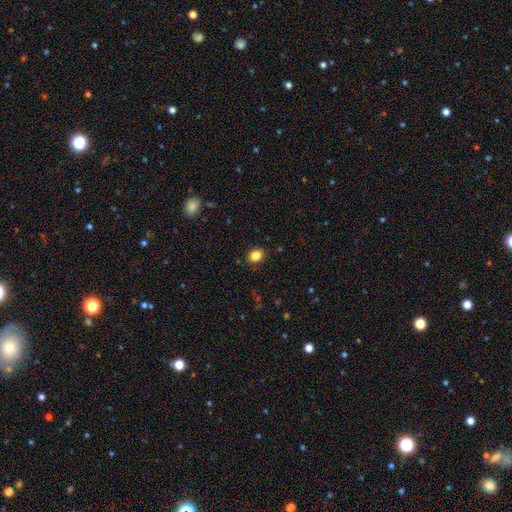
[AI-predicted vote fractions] smooth_or_featured: smooth (p=0.85) [alt: star or artifact p=0.11]
how_rounded: round (p=0.51) [alt: in between p=0.48]
merging: none (p=0.89) [alt: minor disturbance p=0.08]